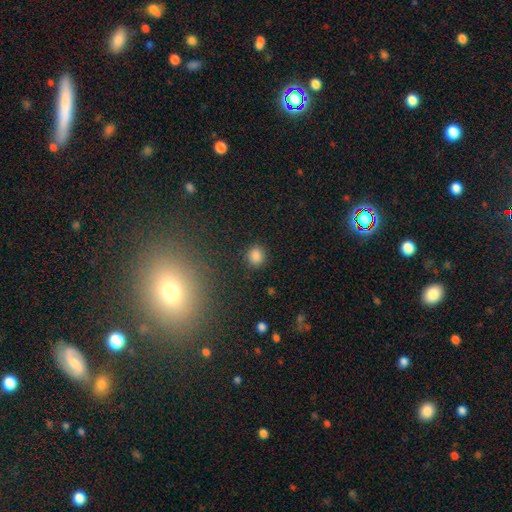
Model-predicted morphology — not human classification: smooth-or-featured: smooth: 84% | star or artifact: 12% | featured or disk: 4%
  how-rounded: round: 79% | in between: 20% | cigar-shaped: 1%
  merging: none: 88% | minor disturbance: 8% | major disturbance: 3% | merger: 2%